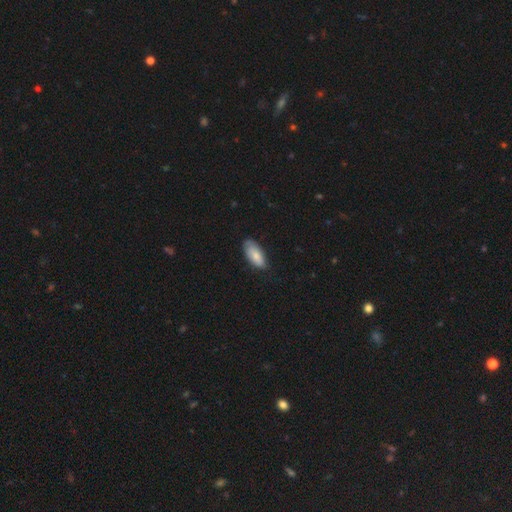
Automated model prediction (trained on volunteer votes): smooth-or-featured: smooth: 80% | featured or disk: 14% | star or artifact: 6%
  how-rounded: in between: 88% | cigar-shaped: 10% | round: 2%
  merging: none: 70% | minor disturbance: 25% | major disturbance: 4% | merger: 1%